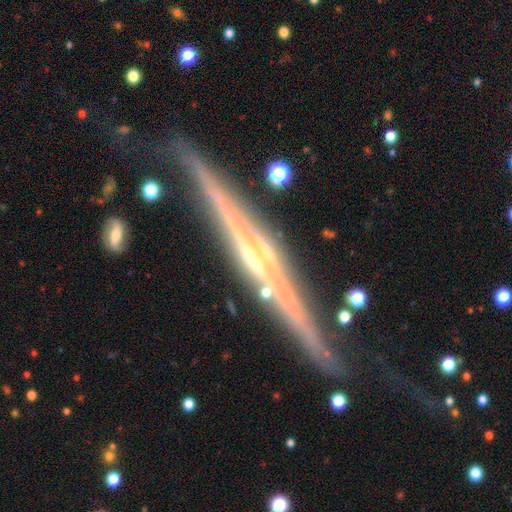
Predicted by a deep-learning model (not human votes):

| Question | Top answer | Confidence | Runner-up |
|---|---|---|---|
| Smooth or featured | featured or disk | 86% | smooth (8%) |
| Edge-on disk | yes | 97% | no (3%) |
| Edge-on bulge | rounded | 50% | none (33%) |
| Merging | none | 78% | minor disturbance (15%) |